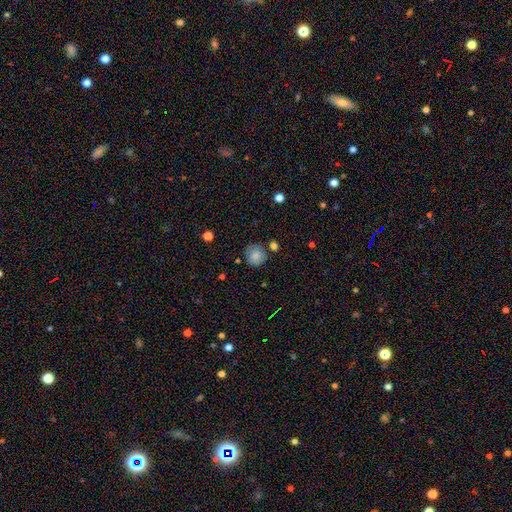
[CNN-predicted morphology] A smooth galaxy with no disk features (82%) that is round (88%). Merging: none (76%).